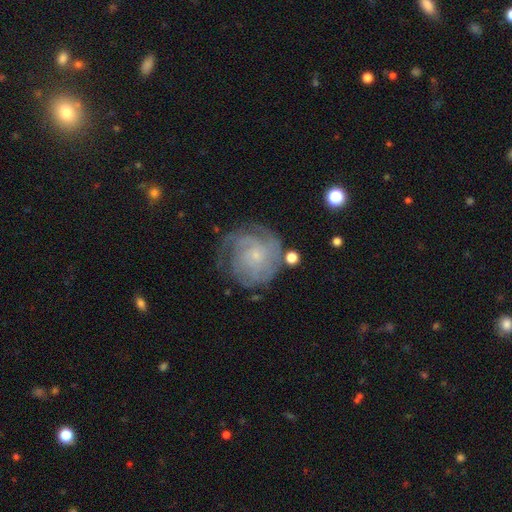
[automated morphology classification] Smooth or featured?
  - featured or disk: 78% *
  - smooth: 15%
  - star or artifact: 7%
Edge-on disk?
  - no: 98% *
  - yes: 2%
Bar?
  - no: 77% *
  - weak: 20%
  - strong: 3%
Spiral arms?
  - yes: 93% *
  - no: 7%
Spiral winding?
  - tight: 69% *
  - medium: 24%
  - loose: 7%
Spiral arm count?
  - can't tell: 40% *
  - 3: 20%
  - 4: 15%
  - 2: 12%
  - more than 4: 7%
  - 1: 6%
Bulge size?
  - small: 80% *
  - moderate: 12%
  - none: 6%
  - large: 1%
  - dominant: 1%
Merging?
  - none: 66% *
  - minor disturbance: 20%
  - major disturbance: 11%
  - merger: 3%